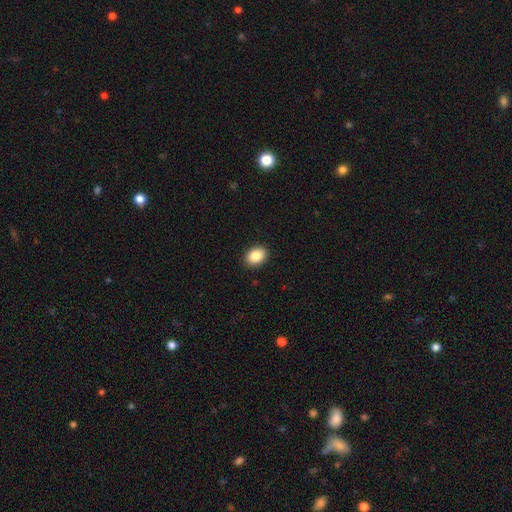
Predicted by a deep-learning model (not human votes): Smooth or featured: smooth — 87% (star or artifact — 8%)
How rounded: in between — 73% (round — 26%)
Merging: none — 91% (minor disturbance — 7%)